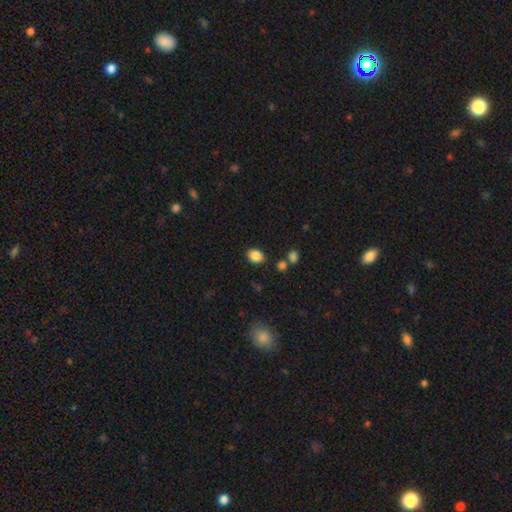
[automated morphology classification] smooth_or_featured: smooth (p=0.86) [alt: star or artifact p=0.10]
how_rounded: in between (p=0.64) [alt: round p=0.35]
merging: none (p=0.83) [alt: minor disturbance p=0.10]